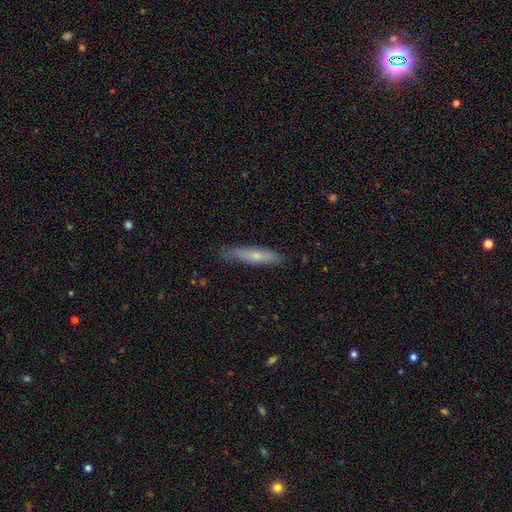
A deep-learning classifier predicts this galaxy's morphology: A smooth galaxy with no disk features (59%) that is cigar-shaped (87%). Merging: none (79%).